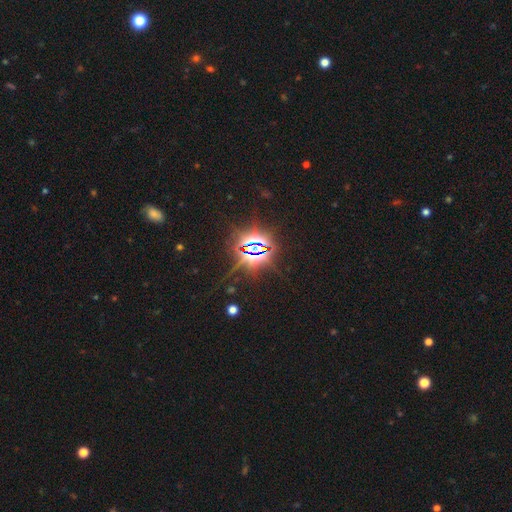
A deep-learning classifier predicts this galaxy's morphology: Q: Smooth or featured?
A: star or artifact (84%); runner-up: smooth (8%)